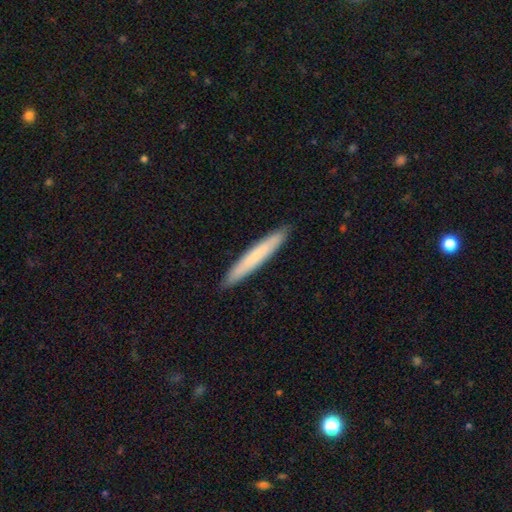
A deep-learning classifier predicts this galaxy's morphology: smooth 65%, featured or disk 29%, star or artifact 5%. Down the decision tree: how rounded — cigar-shaped (96%); merging — none (91%).